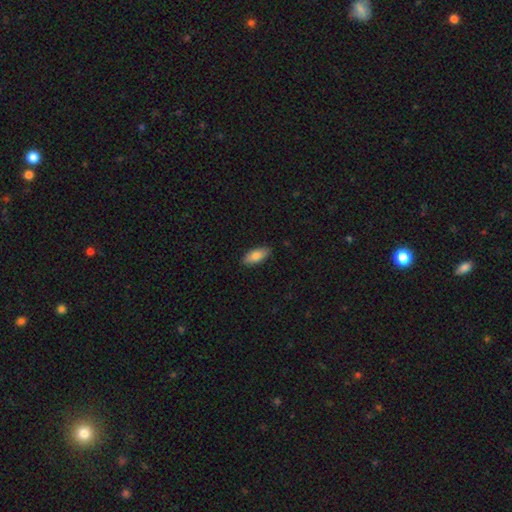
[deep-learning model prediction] Smooth or featured: smooth — 85% (featured or disk — 9%)
How rounded: in between — 84% (cigar-shaped — 13%)
Merging: none — 87% (minor disturbance — 10%)